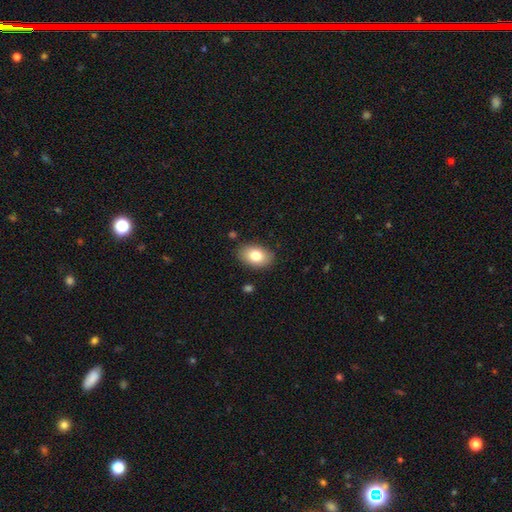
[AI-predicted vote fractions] smooth 80%, featured or disk 12%, star or artifact 7%. Down the decision tree: how rounded — in between (88%); merging — none (85%).